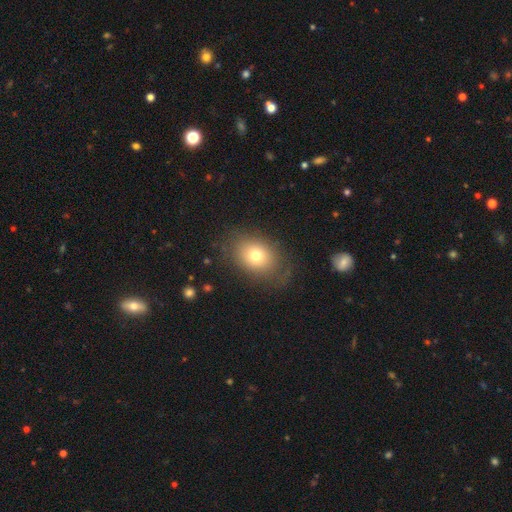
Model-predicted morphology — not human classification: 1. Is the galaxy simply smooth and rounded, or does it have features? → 75% smooth, 14% featured or disk, 11% star or artifact.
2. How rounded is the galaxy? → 67% in between, 32% round, 1% cigar-shaped.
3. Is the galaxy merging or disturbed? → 76% none, 15% minor disturbance, 7% major disturbance, 1% merger.